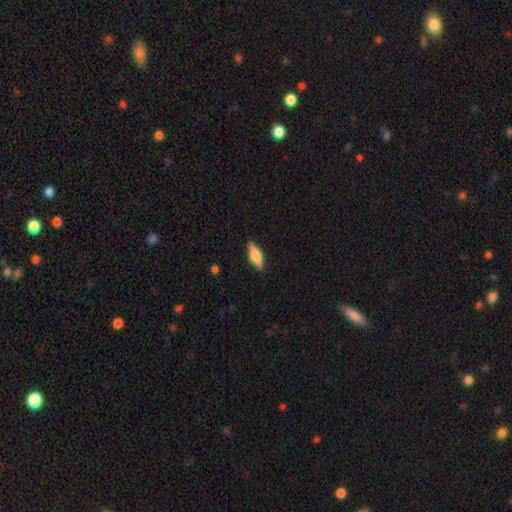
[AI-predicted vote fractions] smooth 55%, featured or disk 39%, star or artifact 6%. Down the decision tree: how rounded — in between (58%); merging — none (87%).